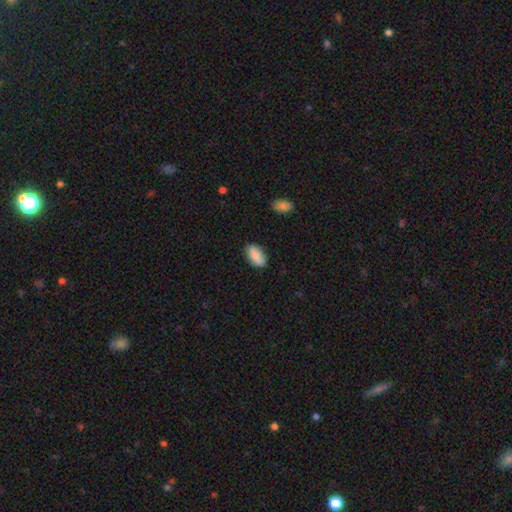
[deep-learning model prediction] smooth 89%, star or artifact 7%, featured or disk 4%. Down the decision tree: how rounded — in between (93%); merging — none (85%).